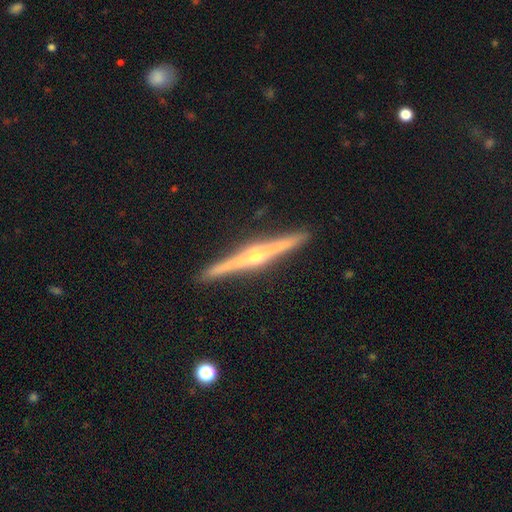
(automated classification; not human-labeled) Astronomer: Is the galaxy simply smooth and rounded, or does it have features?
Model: featured or disk — 86%.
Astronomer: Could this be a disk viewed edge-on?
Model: yes — 99%.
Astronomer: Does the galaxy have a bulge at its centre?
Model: rounded — 91%.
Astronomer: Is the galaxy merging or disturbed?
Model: none — 93%.